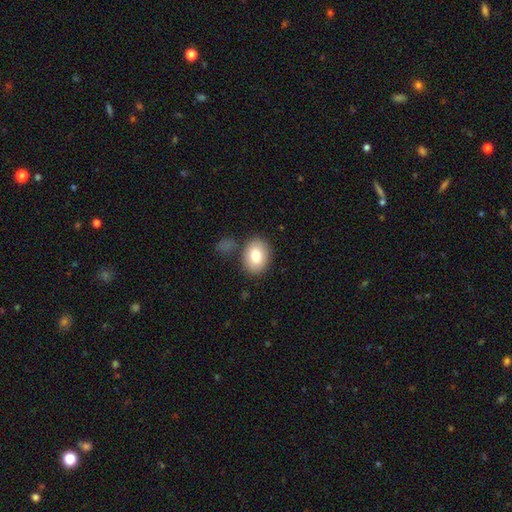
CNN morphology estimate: A smooth galaxy with no disk features (81%) that is in between round and cigar-shaped (71%).

Vote fractions:
- Smooth or featured? smooth: 81% / featured or disk: 12% / star or artifact: 7%
- How rounded? in between: 71% / round: 28% / cigar-shaped: 1%
- Merging? none: 77% / minor disturbance: 12% / merger: 7% / major disturbance: 4%